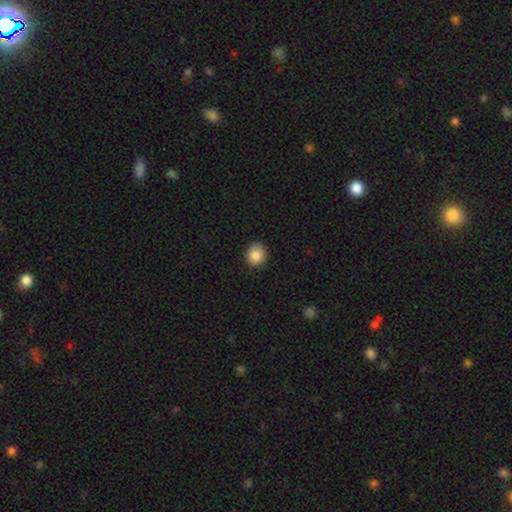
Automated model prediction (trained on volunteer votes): This appears to be a smooth galaxy with no disk features (86%) that is round (80%). Merging: none (83%).